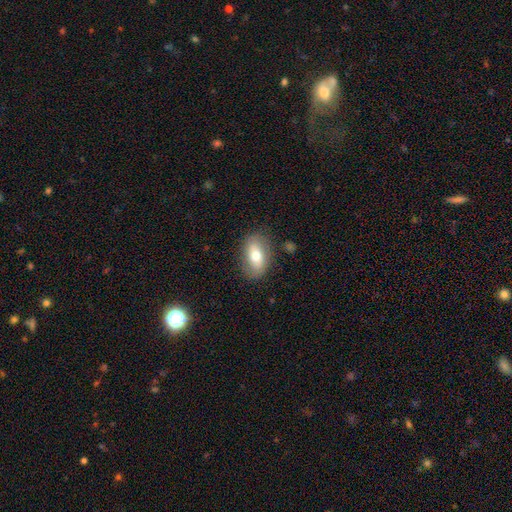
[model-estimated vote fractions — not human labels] Smooth or featured? Predicted: smooth (p=0.64). How rounded? Predicted: in between (p=0.87). Merging? Predicted: none (p=0.82).